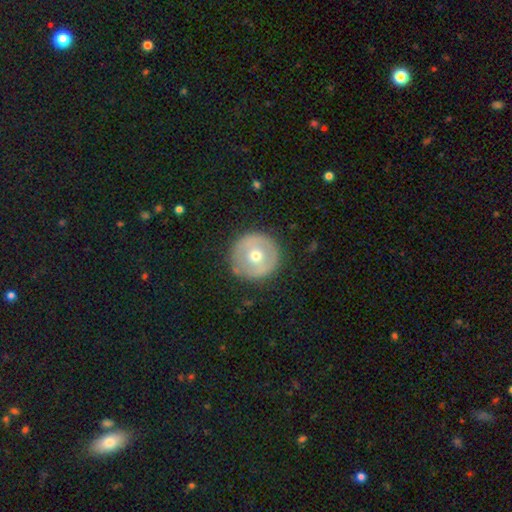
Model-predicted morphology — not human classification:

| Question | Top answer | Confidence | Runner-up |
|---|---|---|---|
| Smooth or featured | smooth | 50% | featured or disk (43%) |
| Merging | none | 88% | minor disturbance (8%) |